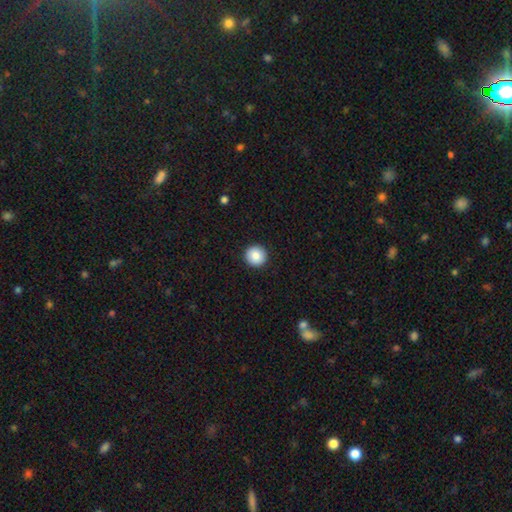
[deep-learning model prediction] A smooth galaxy with no disk features (85%) that is round (96%).

Vote fractions:
- Smooth or featured? smooth: 85% / star or artifact: 8% / featured or disk: 7%
- How rounded? round: 96% / in between: 3% / cigar-shaped: 1%
- Merging? none: 93% / minor disturbance: 4% / major disturbance: 1% / merger: 1%